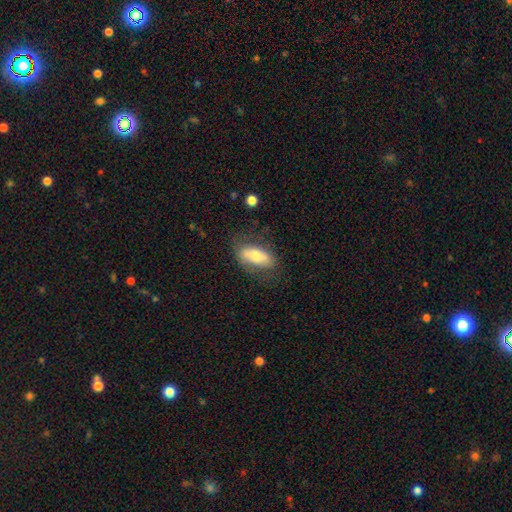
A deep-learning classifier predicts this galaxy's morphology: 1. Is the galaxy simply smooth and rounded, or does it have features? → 63% smooth, 30% featured or disk, 7% star or artifact.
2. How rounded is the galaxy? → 78% in between, 18% cigar-shaped, 3% round.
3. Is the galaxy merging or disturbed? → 72% none, 18% minor disturbance, 8% major disturbance, 2% merger.